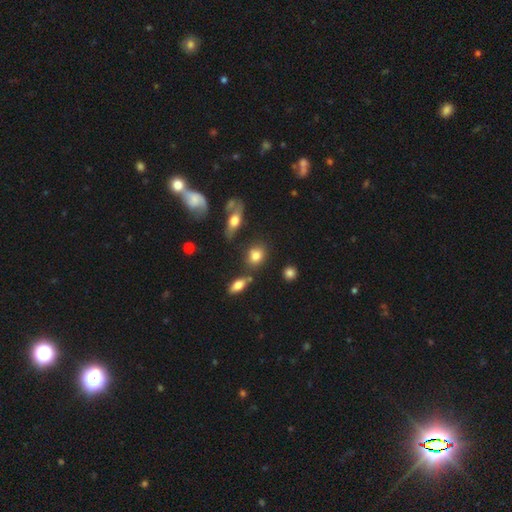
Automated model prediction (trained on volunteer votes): The model was most divided on "how rounded": round: 51%, in between: 47%, cigar-shaped: 3%. More confident: smooth or featured — smooth (79%); merging — none (70%).